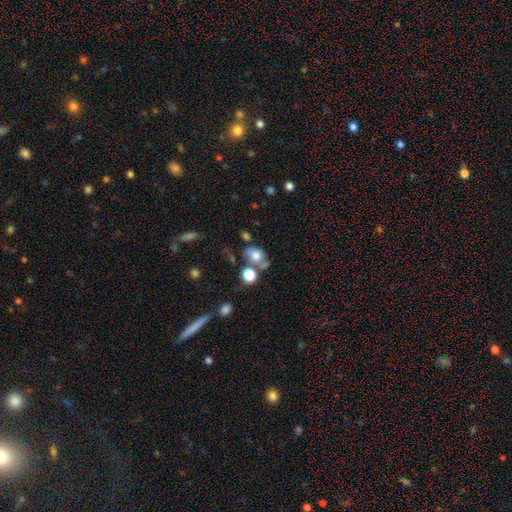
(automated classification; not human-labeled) The model was most divided on "merging": none: 42%, merger: 25%, minor disturbance: 20%, major disturbance: 12%. More confident: how rounded — in between (68%); smooth or featured — smooth (64%).